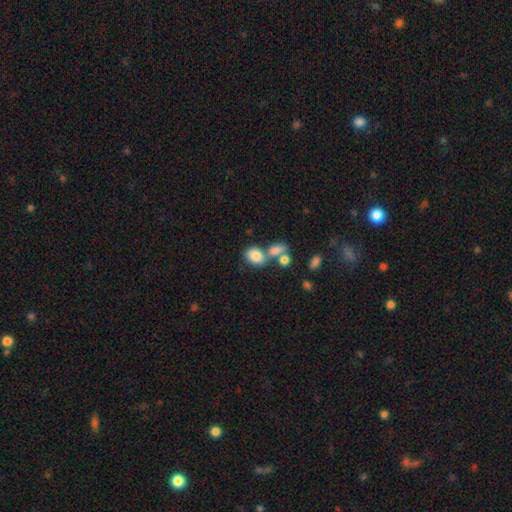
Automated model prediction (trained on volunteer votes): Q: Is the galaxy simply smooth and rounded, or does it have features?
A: smooth — 81%.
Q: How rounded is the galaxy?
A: in between — 74%.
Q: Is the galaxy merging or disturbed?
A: merger — 42%.